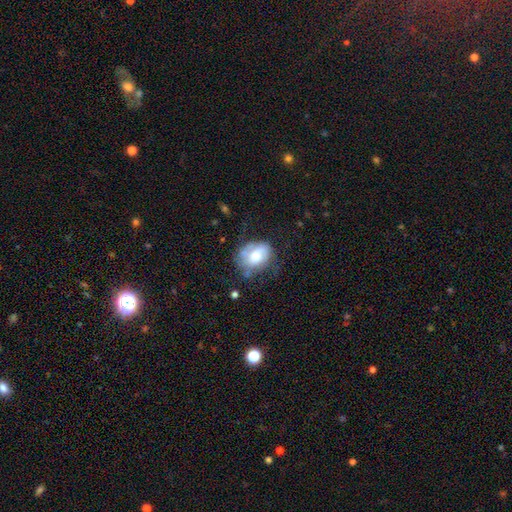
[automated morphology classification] A smooth galaxy with no disk features (52%) that is in between round and cigar-shaped (60%). Merging: none (47%).